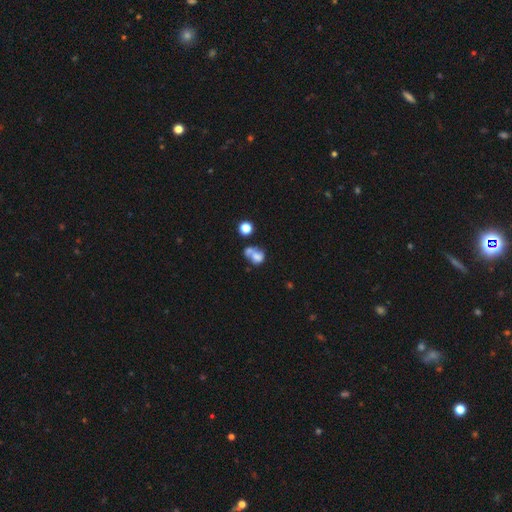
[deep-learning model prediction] The model was most divided on "how rounded": in between: 57%, round: 41%, cigar-shaped: 2%. More confident: smooth or featured — smooth (62%); merging — merger (53%).